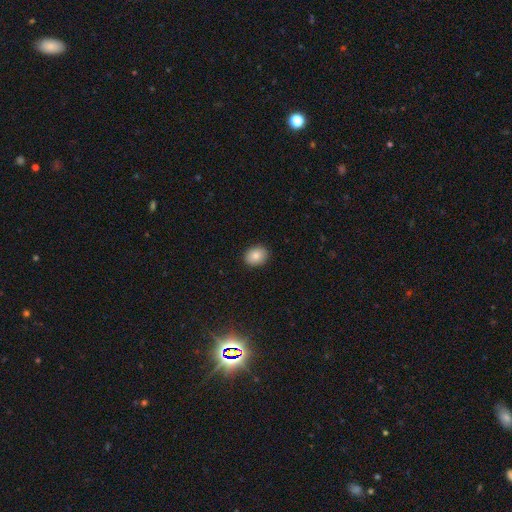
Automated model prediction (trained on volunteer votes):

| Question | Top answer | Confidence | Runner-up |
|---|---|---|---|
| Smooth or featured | smooth | 86% | star or artifact (8%) |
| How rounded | in between | 55% | round (44%) |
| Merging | none | 90% | minor disturbance (7%) |